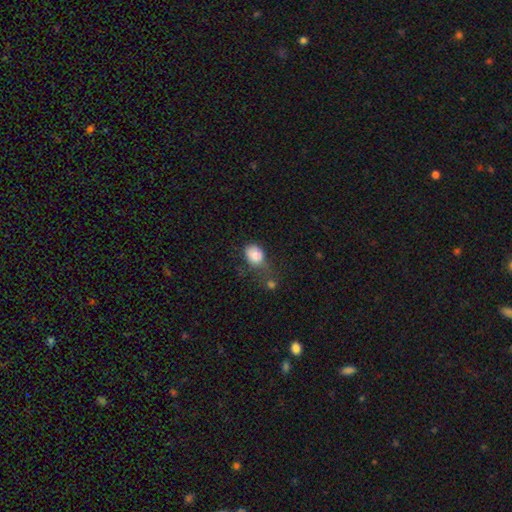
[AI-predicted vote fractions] This appears to be a smooth galaxy with no disk features (82%) that is in between round and cigar-shaped (60%). Merging: none (40%).